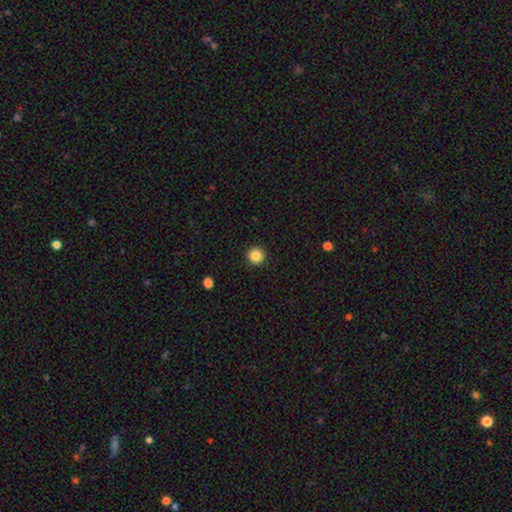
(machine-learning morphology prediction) This is clearly a smooth galaxy (86%). How rounded: clearly round (95%). Merging: clearly none (93%).